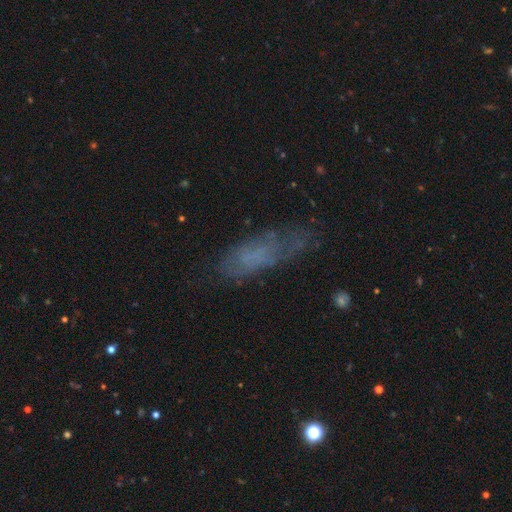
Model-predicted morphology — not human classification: smooth-or-featured: smooth: 50% | featured or disk: 36% | star or artifact: 15%
  merging: none: 56% | minor disturbance: 26% | major disturbance: 16% | merger: 2%